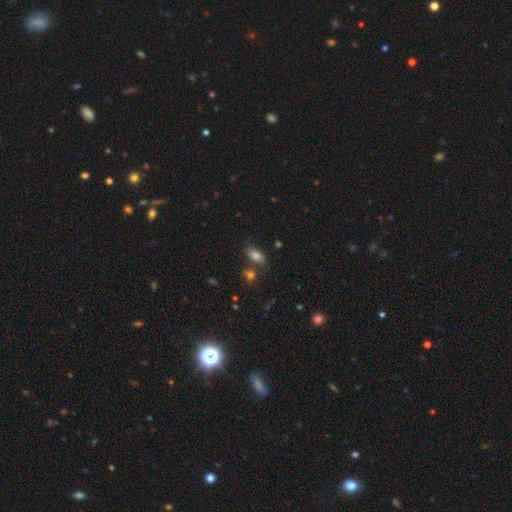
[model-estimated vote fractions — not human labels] Q: Smooth or featured?
A: smooth (78%); runner-up: star or artifact (11%)
Q: How rounded?
A: in between (88%); runner-up: round (7%)
Q: Merging?
A: none (71%); runner-up: minor disturbance (13%)